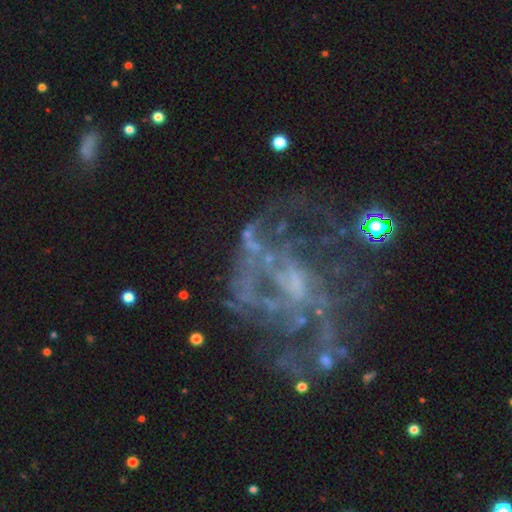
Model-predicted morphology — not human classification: A featured or disk galaxy (77%) with no bar (56%), spiral arms (66%) and no central bulge (46%). Merging: none (43%).